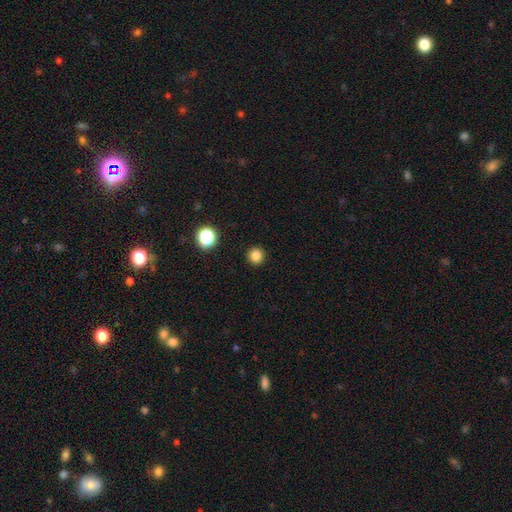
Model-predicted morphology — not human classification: smooth_or_featured: smooth (p=0.82) [alt: star or artifact p=0.13]
how_rounded: round (p=0.95) [alt: in between p=0.05]
merging: none (p=0.93) [alt: minor disturbance p=0.04]